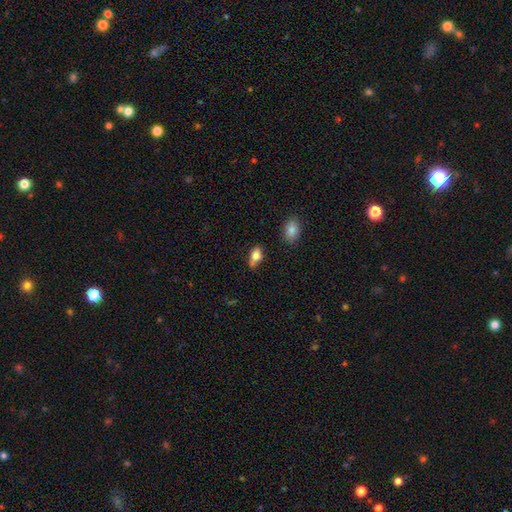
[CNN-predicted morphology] This is likely a smooth galaxy (77%). How rounded: clearly in between (84%). Merging: possibly none (57%).